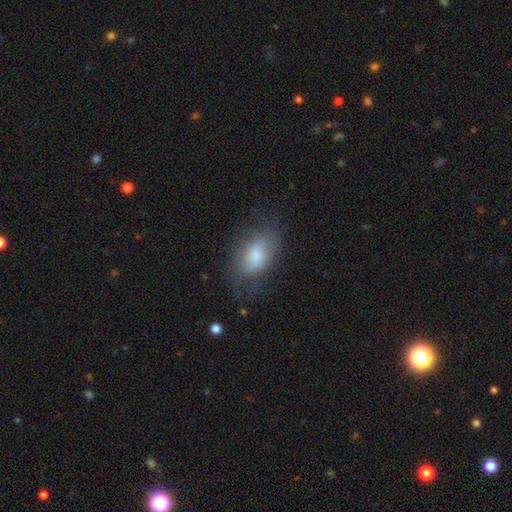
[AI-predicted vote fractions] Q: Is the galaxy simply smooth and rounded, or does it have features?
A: smooth — 70%.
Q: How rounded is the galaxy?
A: in between — 89%.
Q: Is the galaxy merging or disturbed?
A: none — 61%.